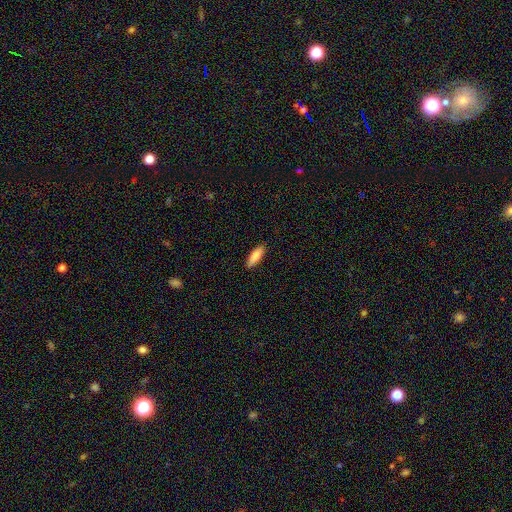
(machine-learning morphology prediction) The model was most divided on "how rounded": in between: 50%, cigar-shaped: 48%, round: 2%. More confident: merging — none (88%); smooth or featured — smooth (80%).